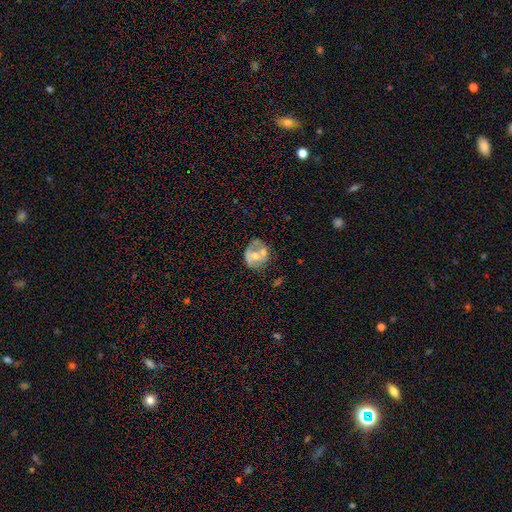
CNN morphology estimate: This is possibly a featured or disk galaxy (48%). Merging: marginally none (38%).